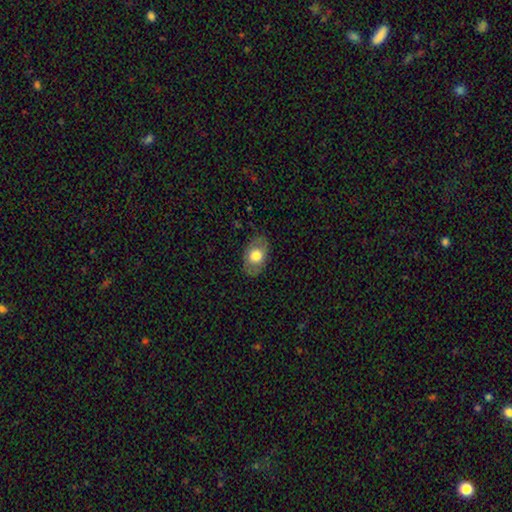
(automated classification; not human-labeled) This appears to be a smooth galaxy with no disk features (65%) that is in between round and cigar-shaped (86%). Merging: none (81%).